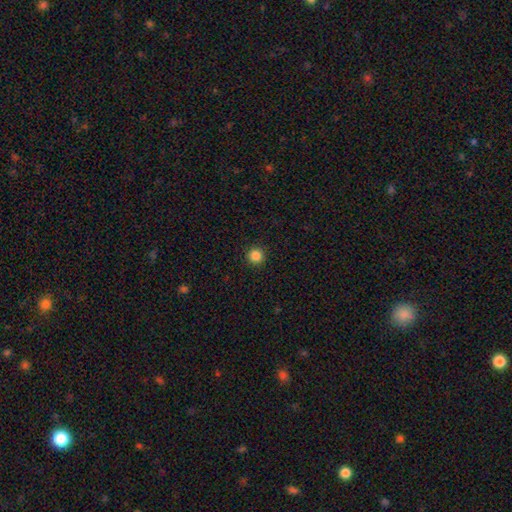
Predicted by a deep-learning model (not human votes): This is clearly a smooth galaxy (86%). How rounded: clearly round (96%). Merging: clearly none (93%).